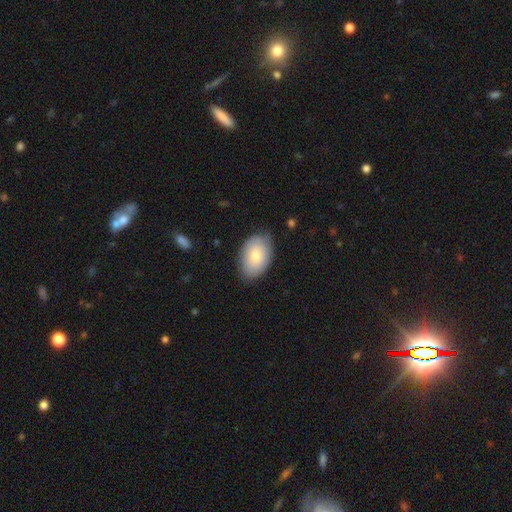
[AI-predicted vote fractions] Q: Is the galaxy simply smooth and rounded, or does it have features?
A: smooth — 75%.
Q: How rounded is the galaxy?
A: in between — 88%.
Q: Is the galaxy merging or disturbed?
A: none — 80%.